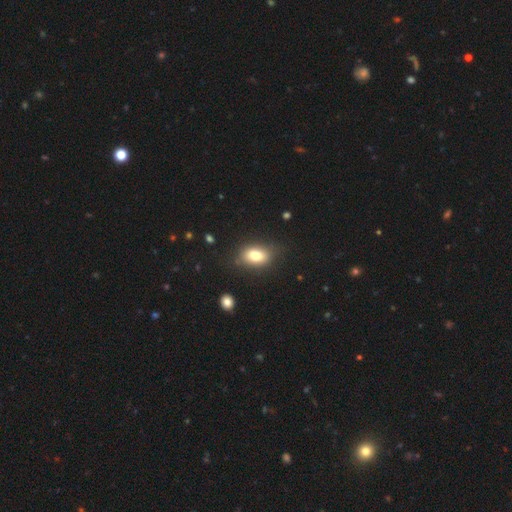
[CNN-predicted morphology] Smooth or featured? Predicted: smooth (p=0.78). How rounded? Predicted: in between (p=0.84). Merging? Predicted: none (p=0.75).